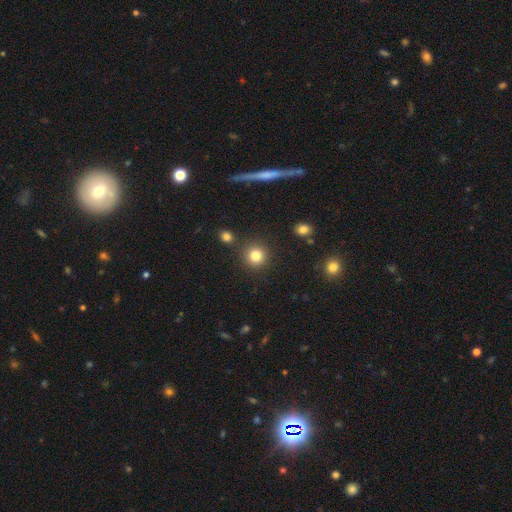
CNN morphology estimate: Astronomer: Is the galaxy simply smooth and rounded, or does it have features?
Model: smooth — 82%.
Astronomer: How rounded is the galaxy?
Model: round — 93%.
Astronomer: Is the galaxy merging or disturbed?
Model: none — 87%.